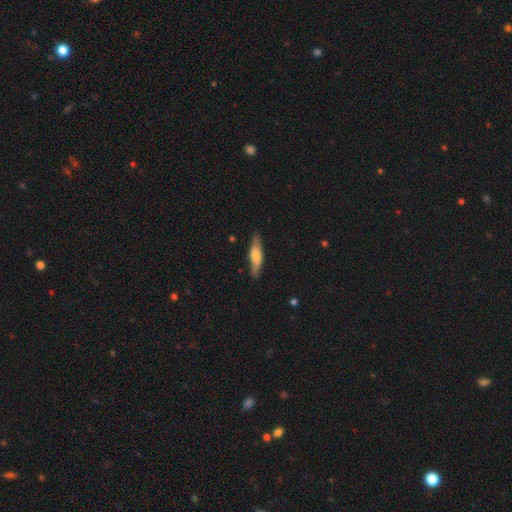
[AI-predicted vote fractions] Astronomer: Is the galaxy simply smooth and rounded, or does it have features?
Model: smooth — 57% (runner-up: featured or disk, 37%).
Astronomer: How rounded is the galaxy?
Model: cigar-shaped — 68%.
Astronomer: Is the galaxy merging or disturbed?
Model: none — 80%.